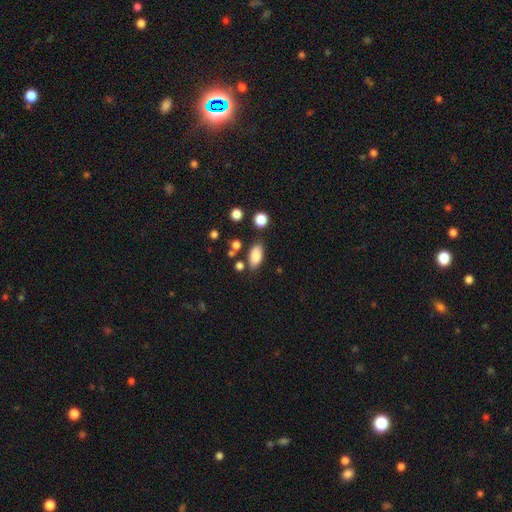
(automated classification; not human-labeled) smooth_or_featured: smooth (p=0.85) [alt: star or artifact p=0.08]
how_rounded: in between (p=0.90) [alt: cigar-shaped p=0.06]
merging: none (p=0.77) [alt: minor disturbance p=0.14]